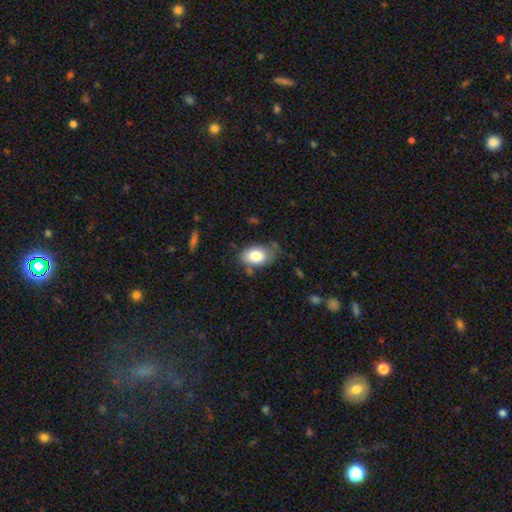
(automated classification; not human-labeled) Smooth or featured?
  - smooth: 81% *
  - featured or disk: 11%
  - star or artifact: 7%
How rounded?
  - in between: 85% *
  - round: 13%
  - cigar-shaped: 1%
Merging?
  - none: 64% *
  - minor disturbance: 26%
  - major disturbance: 7%
  - merger: 3%